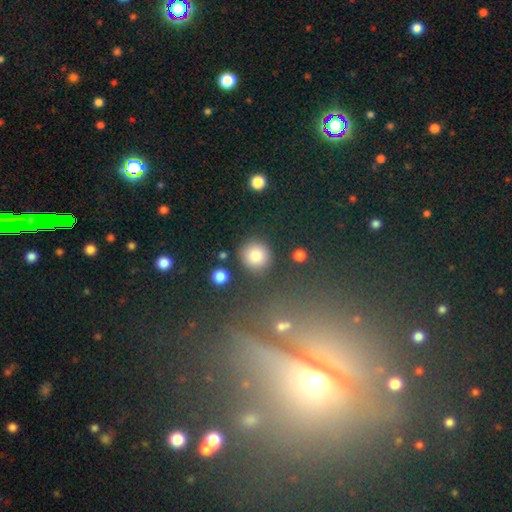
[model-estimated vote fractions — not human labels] smooth 83%, star or artifact 10%, featured or disk 6%. Down the decision tree: how rounded — round (90%); merging — none (82%).